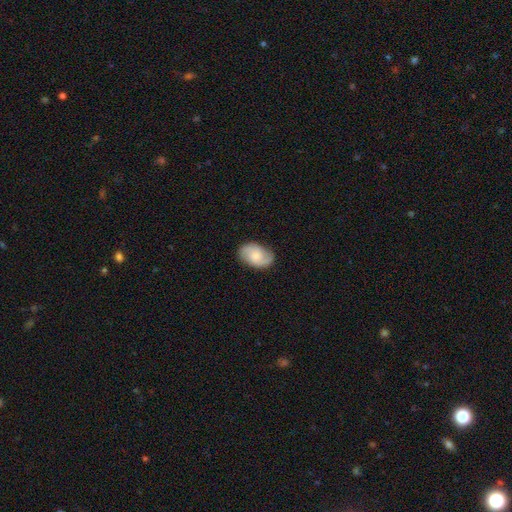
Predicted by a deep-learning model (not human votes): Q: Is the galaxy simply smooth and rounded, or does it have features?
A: featured or disk — 64%.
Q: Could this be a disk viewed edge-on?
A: no — 97%.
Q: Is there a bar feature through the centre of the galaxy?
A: no — 63%.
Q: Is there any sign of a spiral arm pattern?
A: yes — 94%.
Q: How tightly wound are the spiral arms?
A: medium — 48%.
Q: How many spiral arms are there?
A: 2 — 89%.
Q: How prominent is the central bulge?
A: small — 41%.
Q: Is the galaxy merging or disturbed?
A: none — 82%.